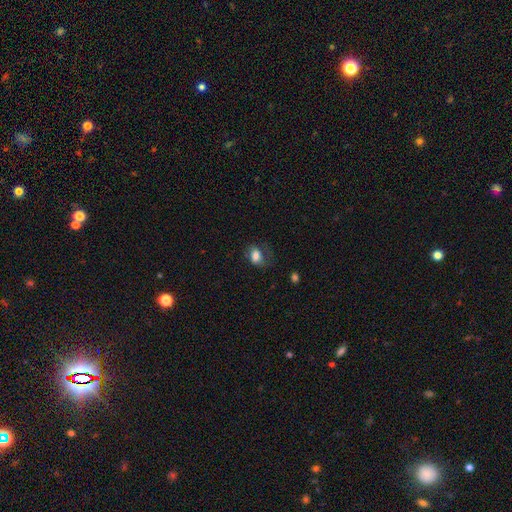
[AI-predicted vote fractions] A smooth galaxy with no disk features (78%) that is in between round and cigar-shaped (77%).

Vote fractions:
- Smooth or featured? smooth: 78% / featured or disk: 13% / star or artifact: 9%
- How rounded? in between: 77% / round: 22% / cigar-shaped: 2%
- Merging? none: 50% / minor disturbance: 26% / major disturbance: 22% / merger: 2%